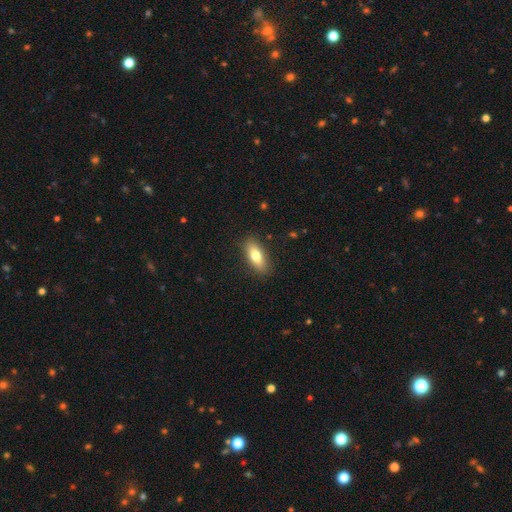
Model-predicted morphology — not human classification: type=smooth (74%); roundness=in between (74%); merging=none (87%).